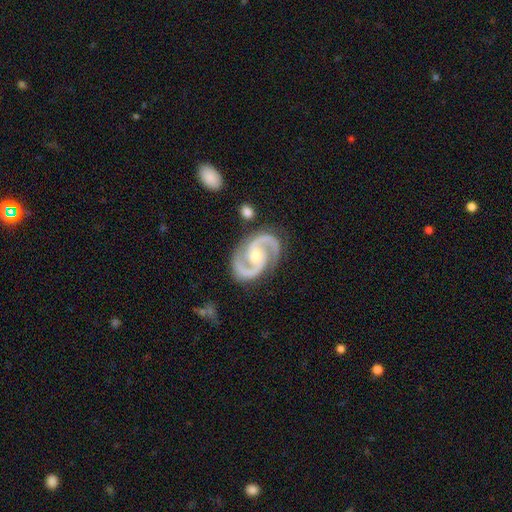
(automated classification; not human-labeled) smooth_or_featured: featured or disk (p=0.94) [alt: star or artifact p=0.04]
disk_edge_on: no (p=0.98) [alt: yes p=0.02]
bar: no (p=0.51) [alt: weak p=0.31]
has_spiral_arms: yes (p=0.99) [alt: no p=0.01]
spiral_winding: medium (p=0.64) [alt: tight p=0.25]
spiral_arm_count: 2 (p=0.95) [alt: 3 p=0.01]
bulge_size: moderate (p=0.55) [alt: small p=0.40]
merging: none (p=0.83) [alt: minor disturbance p=0.11]